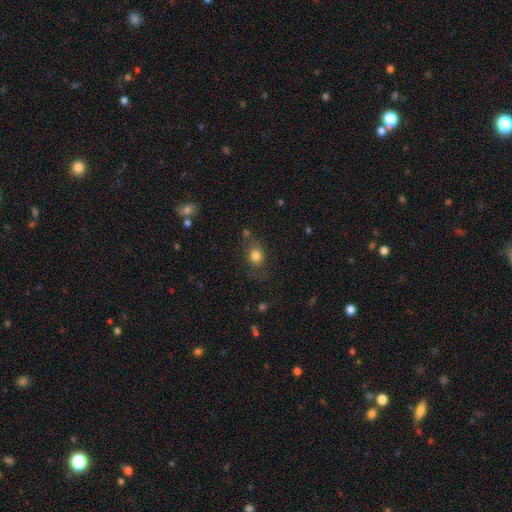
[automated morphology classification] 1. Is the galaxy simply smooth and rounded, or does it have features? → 80% smooth, 11% star or artifact, 9% featured or disk.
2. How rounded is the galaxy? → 58% round, 41% in between, 1% cigar-shaped.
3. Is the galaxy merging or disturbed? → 69% none, 19% minor disturbance, 8% major disturbance, 4% merger.